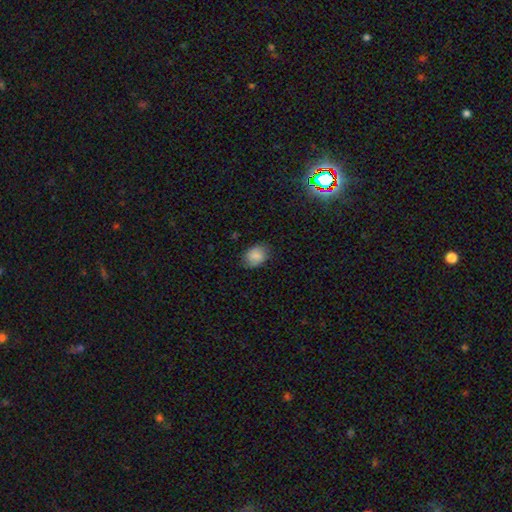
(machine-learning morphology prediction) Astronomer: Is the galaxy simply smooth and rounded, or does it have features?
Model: smooth — 85%.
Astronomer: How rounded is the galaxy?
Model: in between — 66%.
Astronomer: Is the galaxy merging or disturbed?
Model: none — 76%.